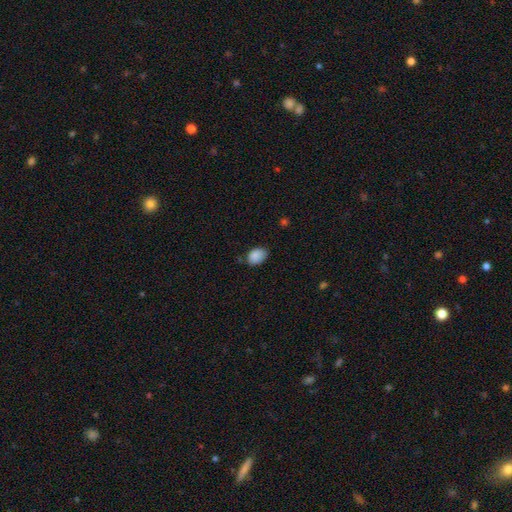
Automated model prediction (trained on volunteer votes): Morphology: type=smooth (87%); roundness=in between (81%); merging=none (68%).